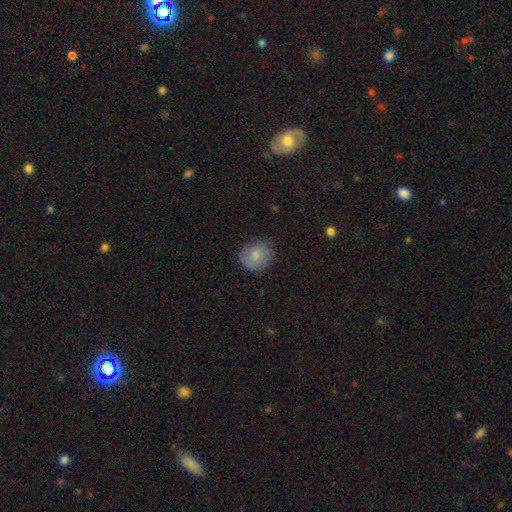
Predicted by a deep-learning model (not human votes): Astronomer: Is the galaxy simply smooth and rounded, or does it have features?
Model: smooth — 78%.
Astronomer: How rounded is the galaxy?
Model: round — 81%.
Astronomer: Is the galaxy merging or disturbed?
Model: none — 80%.